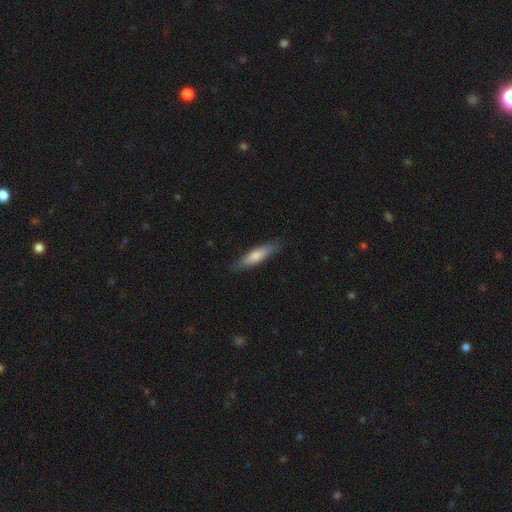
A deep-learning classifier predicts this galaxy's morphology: Smooth or featured: smooth — 71% (featured or disk — 24%)
How rounded: cigar-shaped — 77% (in between — 22%)
Merging: none — 87% (minor disturbance — 10%)